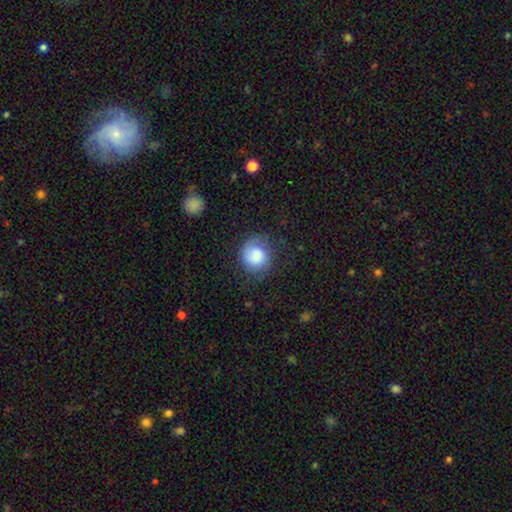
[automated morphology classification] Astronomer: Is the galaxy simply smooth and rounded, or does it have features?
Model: smooth — 68%.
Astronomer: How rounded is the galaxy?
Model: round — 81%.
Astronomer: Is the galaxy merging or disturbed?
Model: none — 61%.